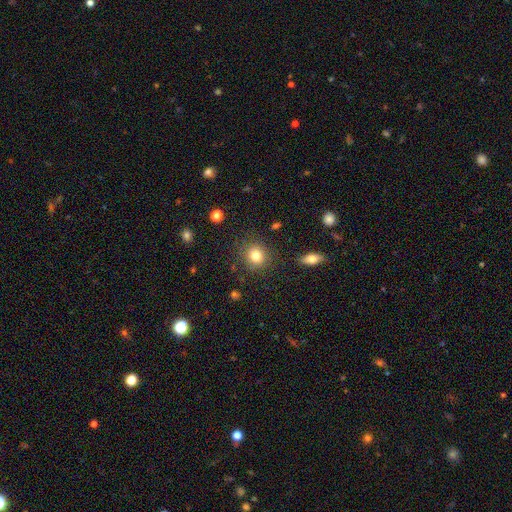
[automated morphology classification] Smooth or featured? Predicted: smooth (p=0.82). How rounded? Predicted: round (p=0.85). Merging? Predicted: none (p=0.86).